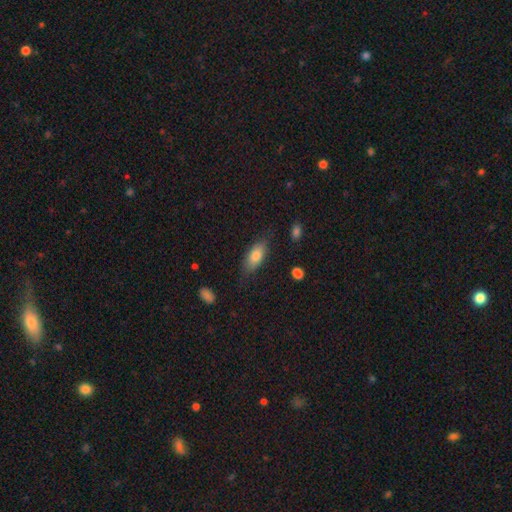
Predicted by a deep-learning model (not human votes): This appears to be a smooth galaxy with no disk features (77%) that is in between round and cigar-shaped (81%). Merging: none (75%).